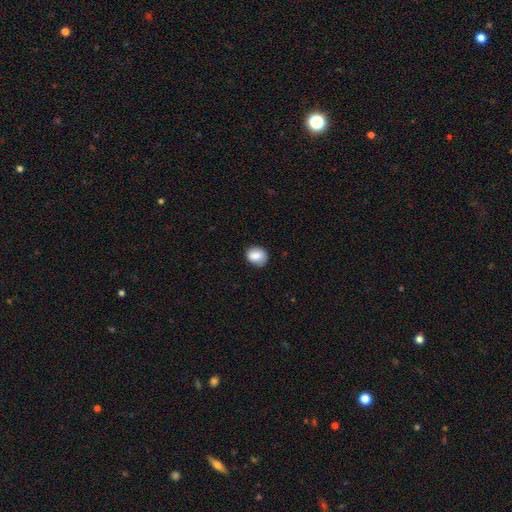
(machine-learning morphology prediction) A smooth galaxy with no disk features (85%) that is round (56%).

Vote fractions:
- Smooth or featured? smooth: 85% / star or artifact: 8% / featured or disk: 7%
- How rounded? round: 56% / in between: 43% / cigar-shaped: 1%
- Merging? none: 80% / minor disturbance: 16% / major disturbance: 3% / merger: 1%